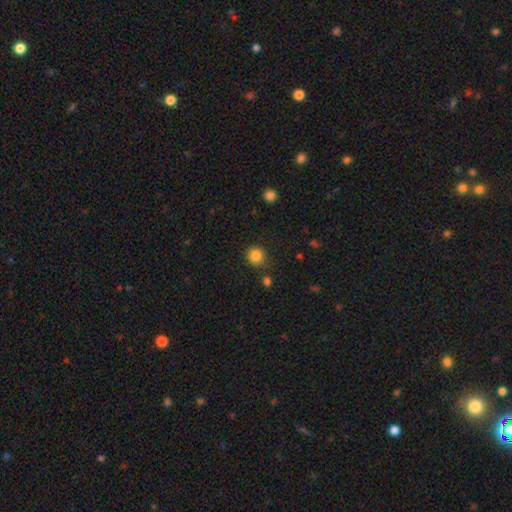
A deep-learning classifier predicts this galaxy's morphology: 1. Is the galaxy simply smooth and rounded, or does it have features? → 84% smooth, 11% star or artifact, 4% featured or disk.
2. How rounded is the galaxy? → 88% round, 11% in between, 1% cigar-shaped.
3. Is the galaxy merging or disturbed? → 81% none, 12% minor disturbance, 4% merger, 3% major disturbance.